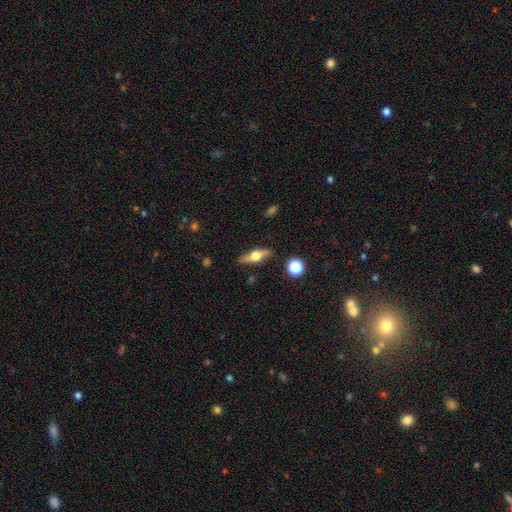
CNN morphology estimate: A featured or disk galaxy (58%) viewed edge-on (89%) with a rounded central bulge (94%).

Vote fractions:
- Smooth or featured? featured or disk: 58% / smooth: 36% / star or artifact: 7%
- Edge-on disk? yes: 89% / no: 11%
- Edge-on bulge? rounded: 94% / boxy: 4% / none: 2%
- Merging? none: 84% / minor disturbance: 11% / major disturbance: 3% / merger: 2%